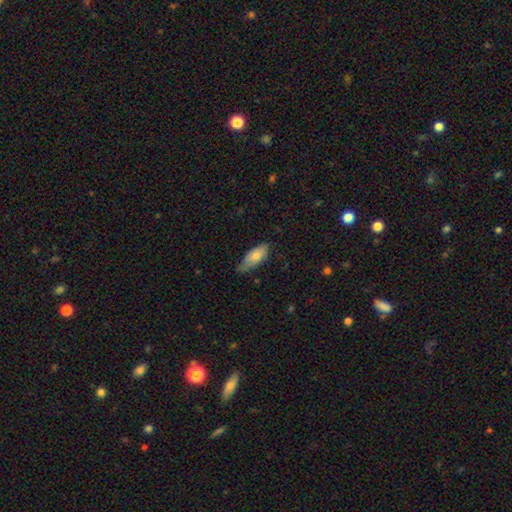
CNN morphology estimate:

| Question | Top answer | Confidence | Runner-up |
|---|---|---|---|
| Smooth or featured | smooth | 72% | featured or disk (22%) |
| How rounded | in between | 80% | cigar-shaped (18%) |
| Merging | none | 54% | minor disturbance (37%) |